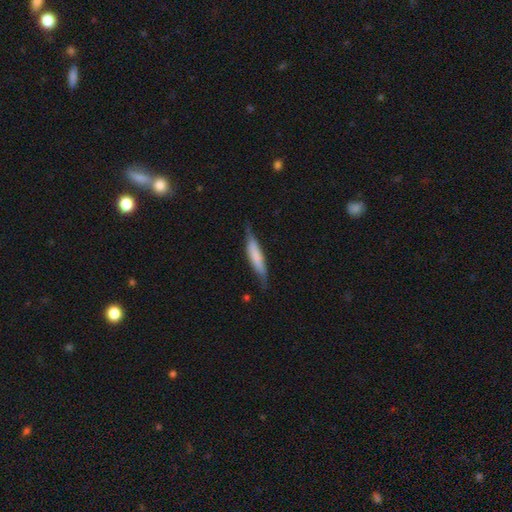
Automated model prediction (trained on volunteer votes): smooth_or_featured: smooth (p=0.63) [alt: featured or disk p=0.31]
how_rounded: cigar-shaped (p=0.83) [alt: in between p=0.15]
merging: none (p=0.69) [alt: minor disturbance p=0.24]